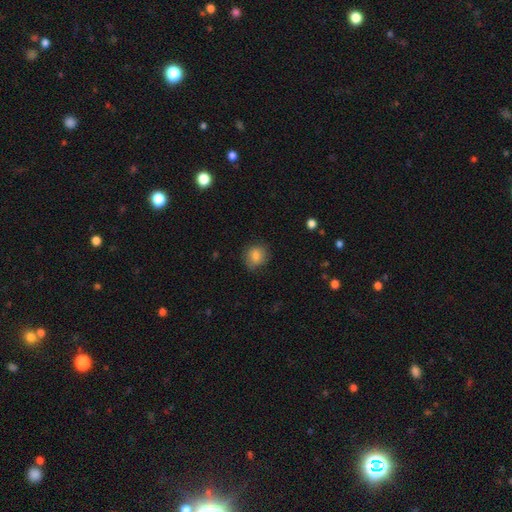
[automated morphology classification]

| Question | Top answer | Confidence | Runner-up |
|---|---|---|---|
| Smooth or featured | smooth | 81% | featured or disk (10%) |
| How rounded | round | 77% | in between (22%) |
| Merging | none | 77% | minor disturbance (17%) |